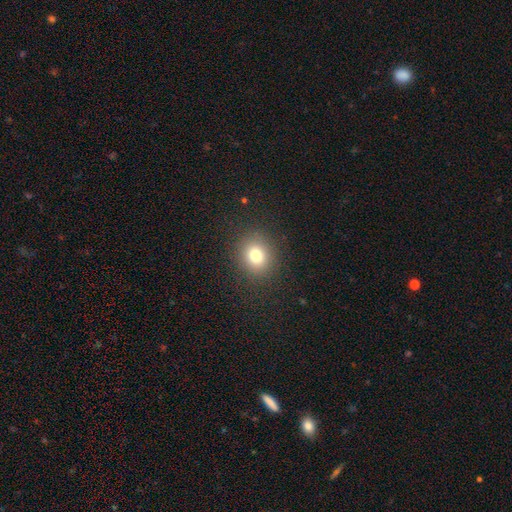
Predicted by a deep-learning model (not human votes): Overall: smooth (78%). How rounded: round (68%; in between 31%). Merging: none (88%).